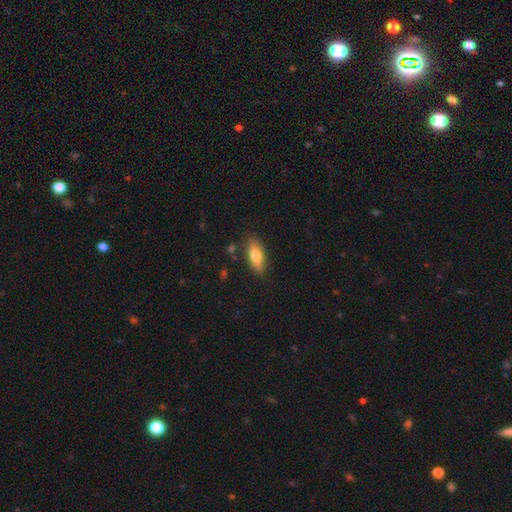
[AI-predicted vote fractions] A smooth galaxy with no disk features (64%) that is in between round and cigar-shaped (63%). Merging: none (84%).